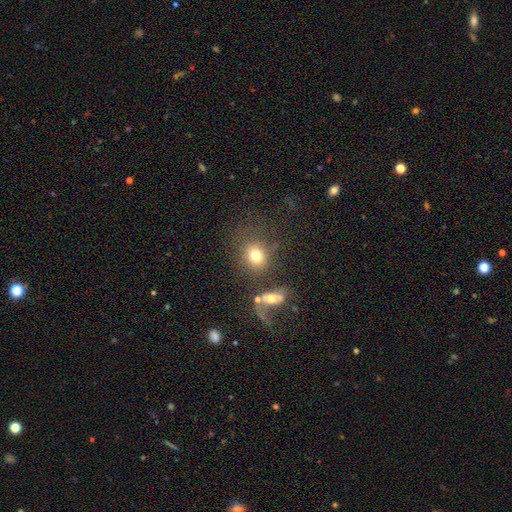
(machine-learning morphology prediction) Smooth or featured? smooth (76%)
How rounded? round (70%)
Merging? none (62%)